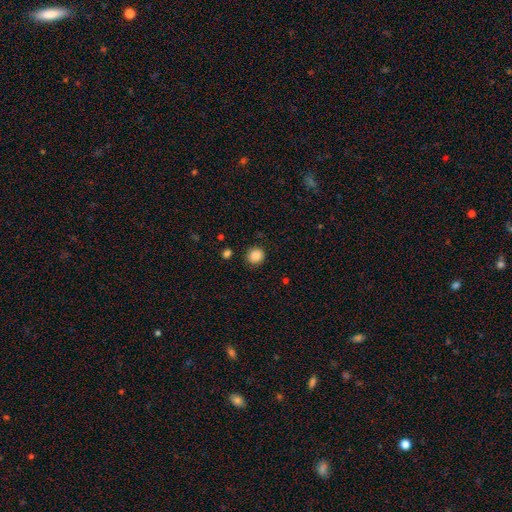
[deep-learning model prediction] smooth 87%, star or artifact 10%, featured or disk 3%. Down the decision tree: how rounded — round (91%); merging — none (89%).